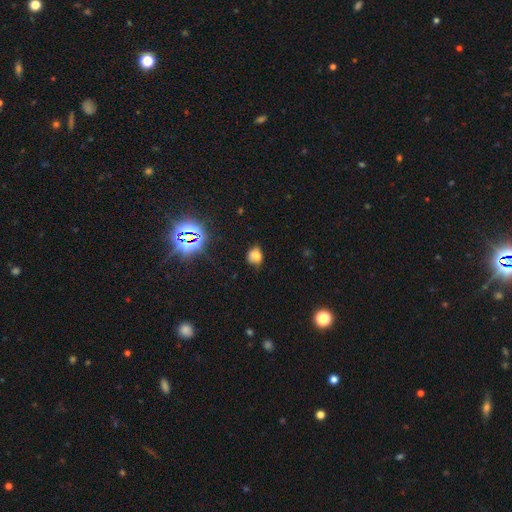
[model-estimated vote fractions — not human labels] This appears to be a smooth galaxy with no disk features (68%) that is round (56%). Merging: none (57%).